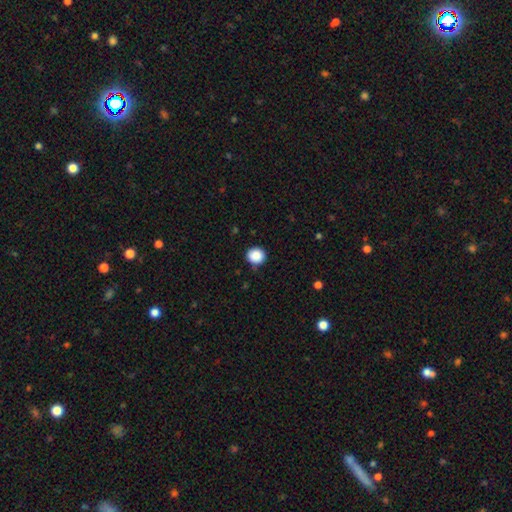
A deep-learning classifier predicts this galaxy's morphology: Overall: smooth (88%). How rounded: round (87%). Merging: none (86%).